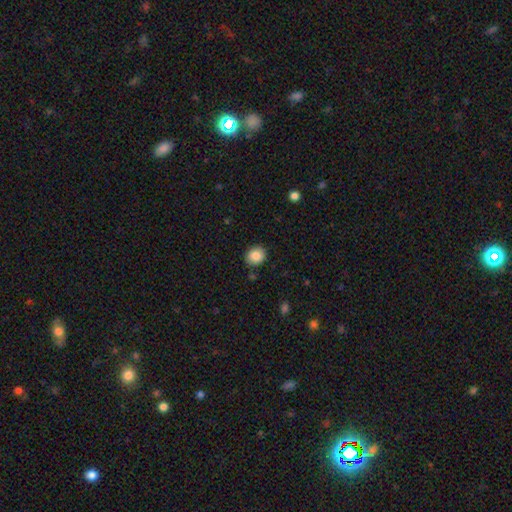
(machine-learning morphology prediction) smooth-or-featured: smooth: 85% | star or artifact: 9% | featured or disk: 6%
  how-rounded: round: 67% | in between: 32% | cigar-shaped: 1%
  merging: none: 87% | minor disturbance: 9% | major disturbance: 2% | merger: 2%